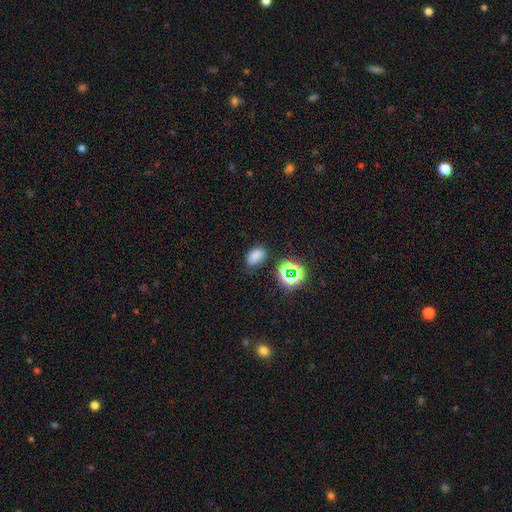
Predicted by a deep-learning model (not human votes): This is likely a smooth galaxy (73%). How rounded: clearly in between (85%). Merging: likely none (77%).